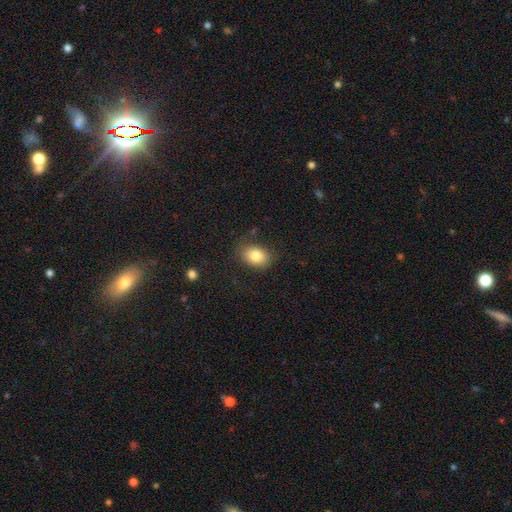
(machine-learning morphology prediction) smooth 82%, star or artifact 9%, featured or disk 9%. Down the decision tree: how rounded — in between (72%); merging — none (77%).